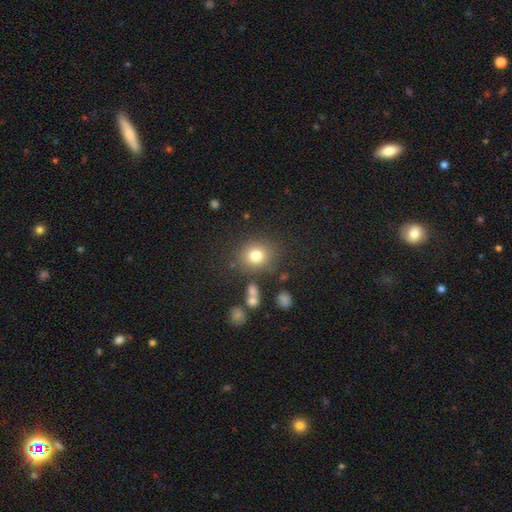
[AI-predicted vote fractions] smooth-or-featured: smooth: 78% | star or artifact: 14% | featured or disk: 8%
  how-rounded: round: 75% | in between: 24% | cigar-shaped: 1%
  merging: none: 80% | minor disturbance: 10% | merger: 5% | major disturbance: 4%